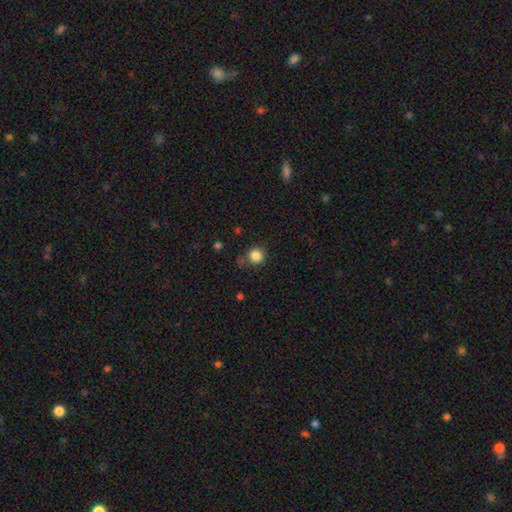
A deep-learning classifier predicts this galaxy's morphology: Smooth or featured? Predicted: smooth (p=0.85). How rounded? Predicted: round (p=0.90). Merging? Predicted: none (p=0.80).